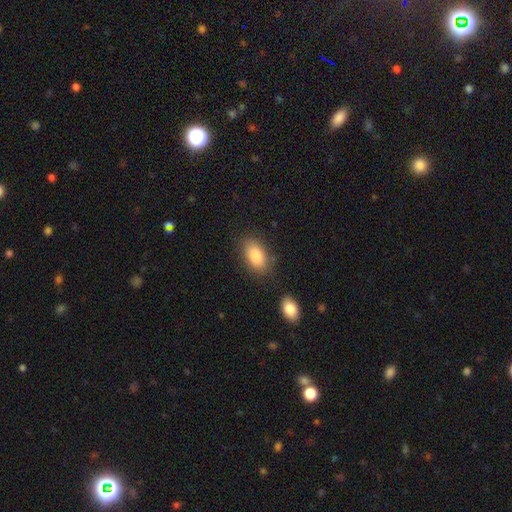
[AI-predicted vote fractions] Smooth or featured? Predicted: smooth (p=0.87). How rounded? Predicted: in between (p=0.92). Merging? Predicted: none (p=0.80).